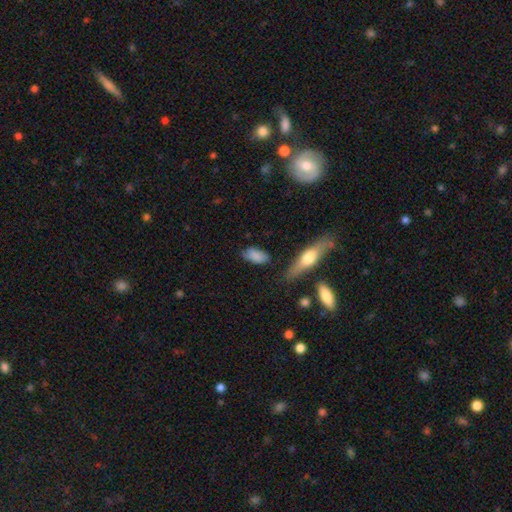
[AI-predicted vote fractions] Smooth or featured?
  - smooth: 83% *
  - featured or disk: 10%
  - star or artifact: 7%
How rounded?
  - in between: 87% *
  - cigar-shaped: 9%
  - round: 4%
Merging?
  - none: 73% *
  - minor disturbance: 19%
  - major disturbance: 5%
  - merger: 3%